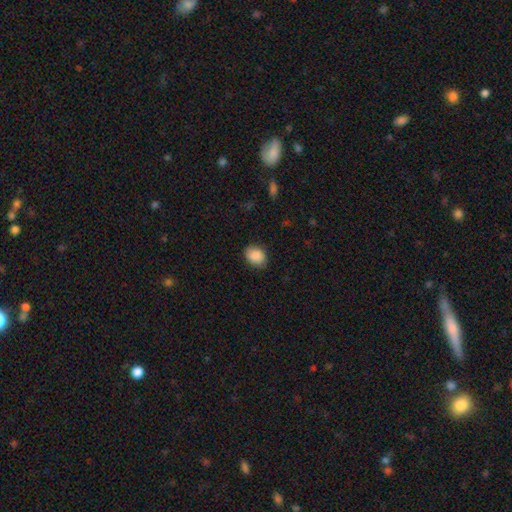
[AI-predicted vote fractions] Smooth or featured? smooth (88%)
How rounded? in between (57%)
Merging? none (84%)